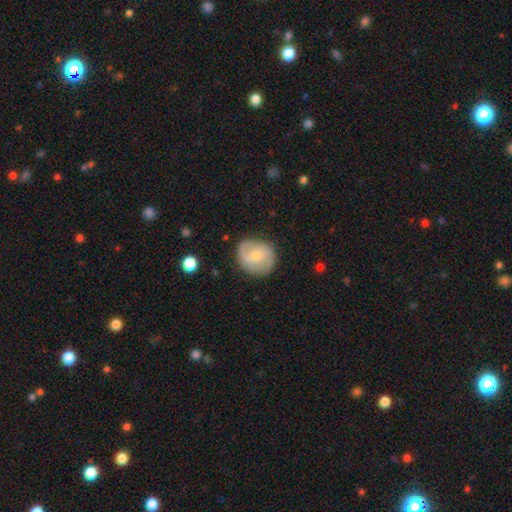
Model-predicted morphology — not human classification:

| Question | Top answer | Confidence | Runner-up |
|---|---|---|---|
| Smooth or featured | featured or disk | 55% | smooth (39%) |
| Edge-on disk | no | 97% | yes (3%) |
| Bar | no | 57% | weak (36%) |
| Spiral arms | yes | 83% | no (17%) |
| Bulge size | small | 55% | moderate (39%) |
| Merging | none | 79% | minor disturbance (15%) |